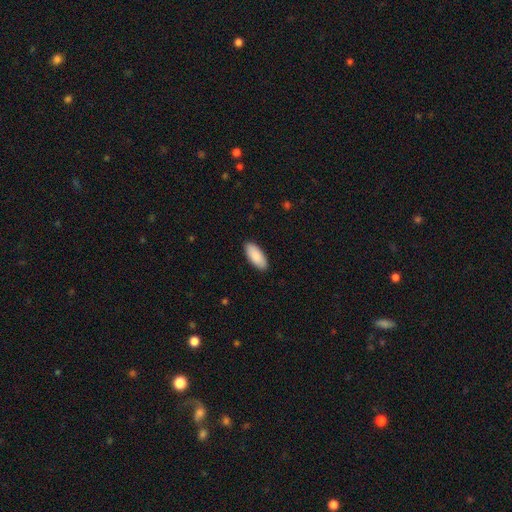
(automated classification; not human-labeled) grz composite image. It shows a smooth galaxy with no disk features (90%) that is in between round and cigar-shaped (88%). Merging: none (90%).